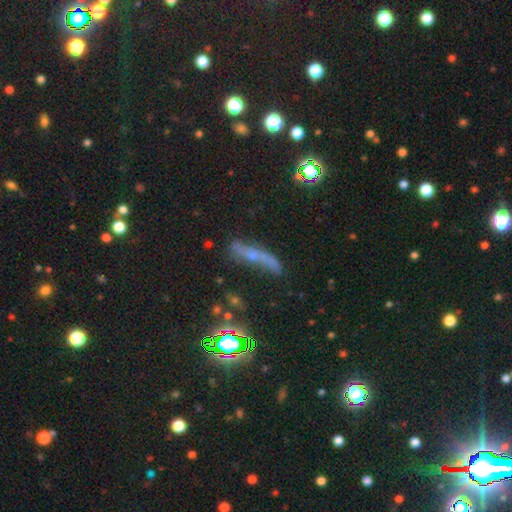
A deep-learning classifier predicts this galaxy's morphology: A featured or disk galaxy (42%). Merging: none (51%).